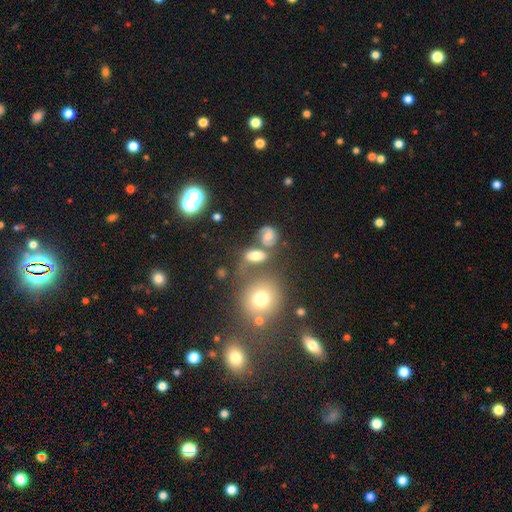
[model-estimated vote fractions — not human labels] smooth 56%, featured or disk 30%, star or artifact 15%. Down the decision tree: how rounded — in between (67%); merging — none (44%).